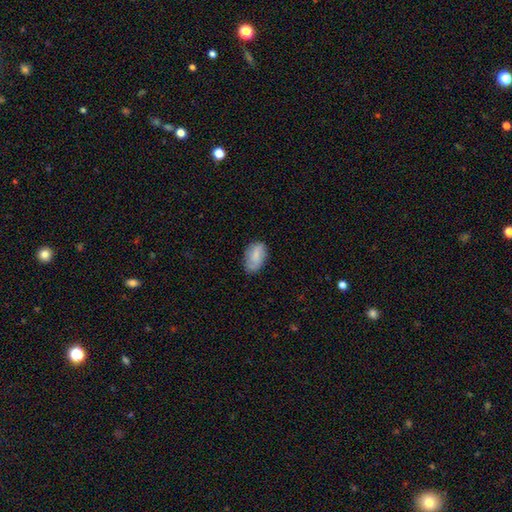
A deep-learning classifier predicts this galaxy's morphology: smooth 74%, featured or disk 19%, star or artifact 7%. Down the decision tree: how rounded — in between (91%); merging — none (73%).